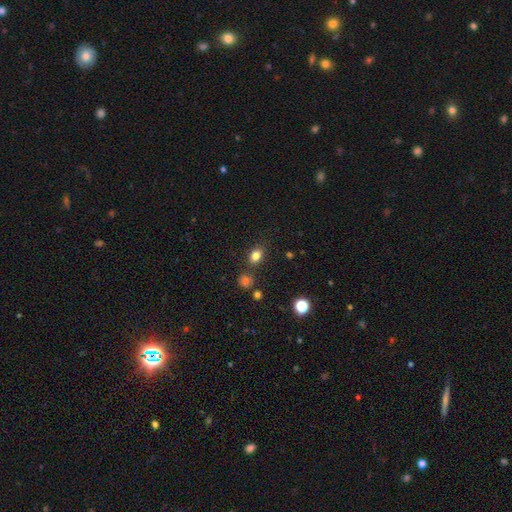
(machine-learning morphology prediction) smooth_or_featured: smooth (p=0.80) [alt: star or artifact p=0.13]
how_rounded: in between (p=0.64) [alt: round p=0.35]
merging: none (p=0.78) [alt: minor disturbance p=0.11]